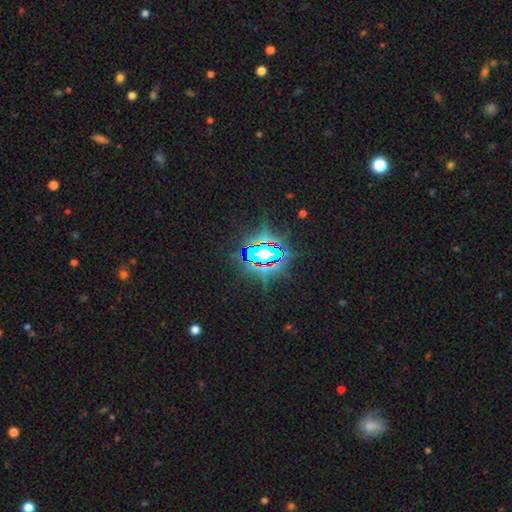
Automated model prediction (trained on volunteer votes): Smooth or featured? Predicted: star or artifact (p=0.82).